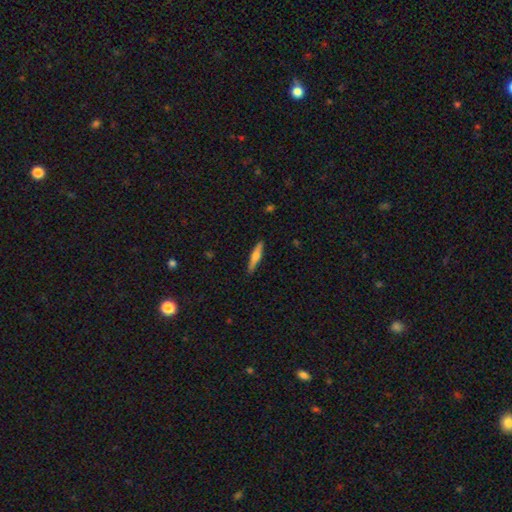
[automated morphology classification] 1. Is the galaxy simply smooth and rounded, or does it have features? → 52% smooth, 42% featured or disk, 6% star or artifact.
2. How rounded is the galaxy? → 88% cigar-shaped, 10% in between, 2% round.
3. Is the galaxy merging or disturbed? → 88% none, 9% minor disturbance, 2% major disturbance, 1% merger.